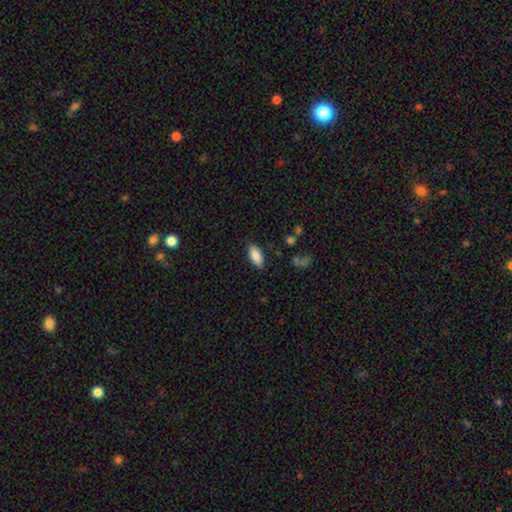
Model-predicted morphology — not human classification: Smooth or featured? Predicted: smooth (p=0.88). How rounded? Predicted: in between (p=0.89). Merging? Predicted: none (p=0.85).